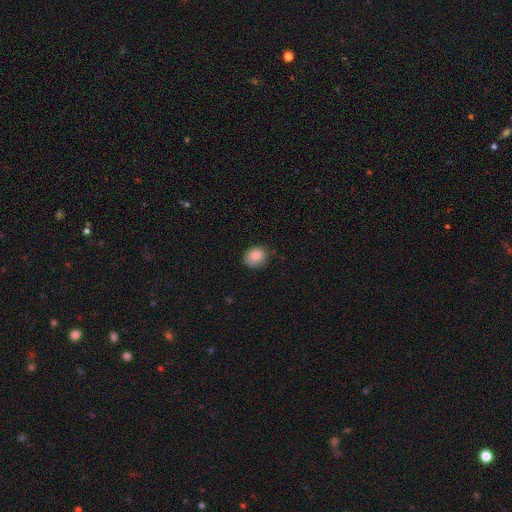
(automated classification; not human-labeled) Smooth or featured? Predicted: smooth (p=0.85). How rounded? Predicted: round (p=0.57). Merging? Predicted: none (p=0.72).